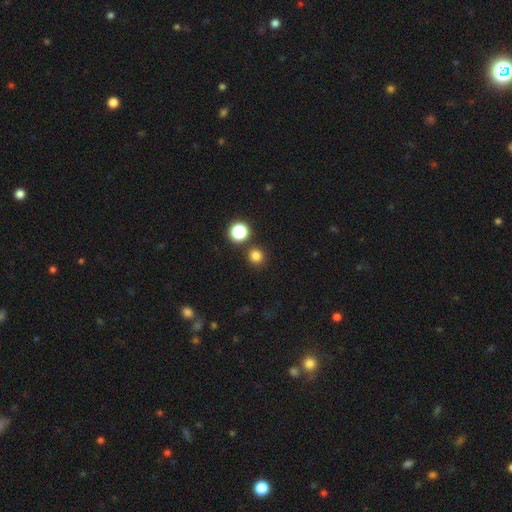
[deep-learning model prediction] Smooth or featured? Predicted: smooth (p=0.79). How rounded? Predicted: round (p=0.94). Merging? Predicted: none (p=0.86).